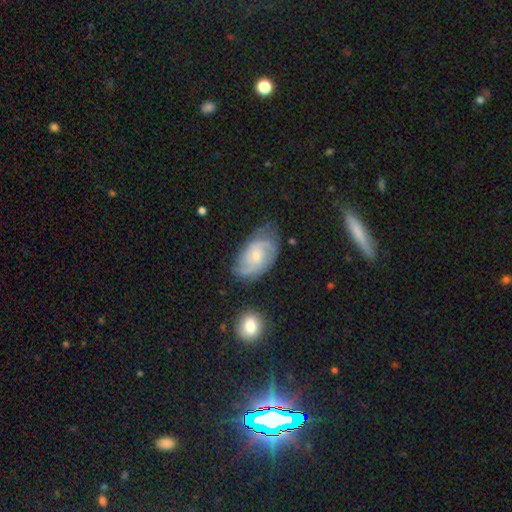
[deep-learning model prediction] The model was most divided on "spiral winding": medium: 44%, tight: 39%, loose: 17%. Remaining: edge-on disk — no (96%); spiral arms — yes (92%); smooth or featured — featured or disk (70%); merging — none (63%); bar — no (61%); bulge size — small (55%); spiral arm count — 2 (49%).